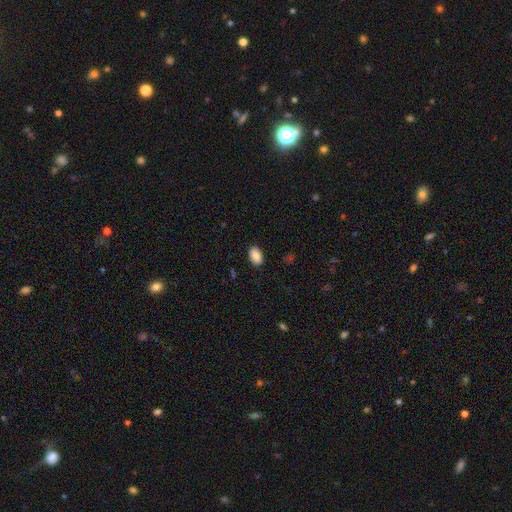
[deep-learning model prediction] A smooth galaxy with no disk features (88%) that is in between round and cigar-shaped (90%). Merging: none (86%).